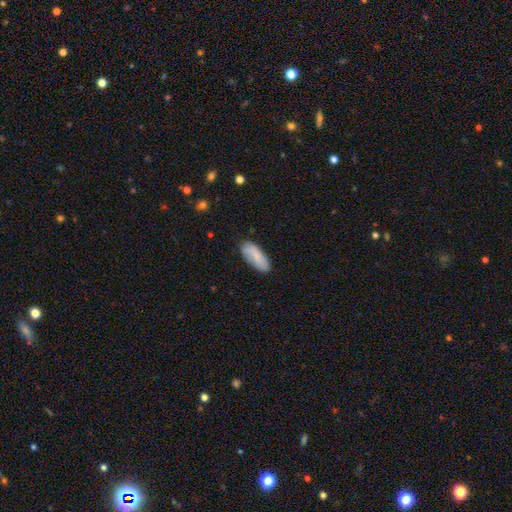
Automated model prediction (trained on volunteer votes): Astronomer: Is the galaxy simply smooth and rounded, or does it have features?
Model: smooth — 74%.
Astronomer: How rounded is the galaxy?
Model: in between — 79%.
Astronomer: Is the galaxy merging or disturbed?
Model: none — 76%.